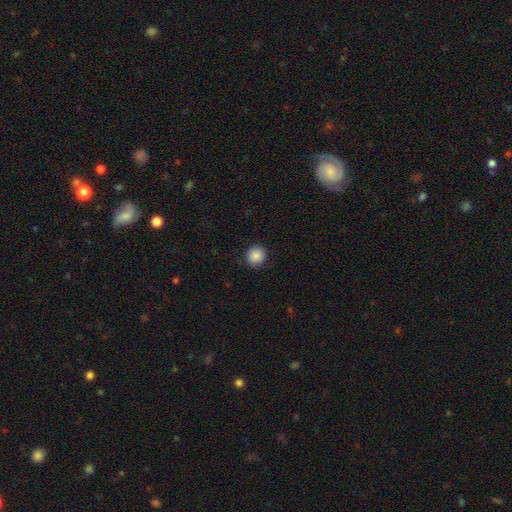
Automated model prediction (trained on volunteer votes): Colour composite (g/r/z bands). It shows a smooth galaxy with no disk features (88%) that is round (89%). Merging: none (90%).